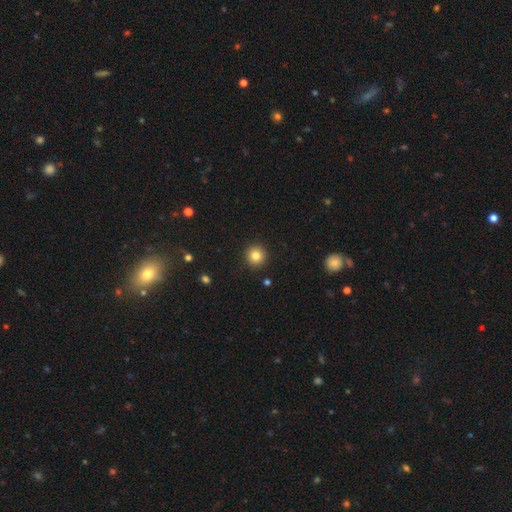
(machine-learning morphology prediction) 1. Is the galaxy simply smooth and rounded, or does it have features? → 83% smooth, 11% star or artifact, 6% featured or disk.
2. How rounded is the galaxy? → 94% round, 5% in between, 1% cigar-shaped.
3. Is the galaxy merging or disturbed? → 92% none, 5% minor disturbance, 2% major disturbance, 1% merger.